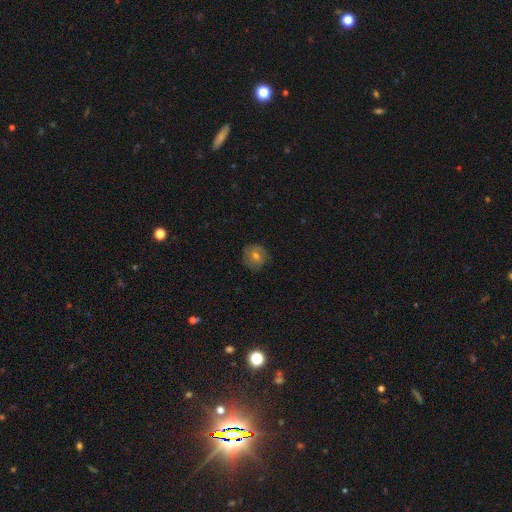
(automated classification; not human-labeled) Smooth or featured?
  - smooth: 56% *
  - featured or disk: 33%
  - star or artifact: 11%
How rounded?
  - round: 91% *
  - in between: 8%
  - cigar-shaped: 1%
Merging?
  - none: 84% *
  - minor disturbance: 12%
  - major disturbance: 3%
  - merger: 1%